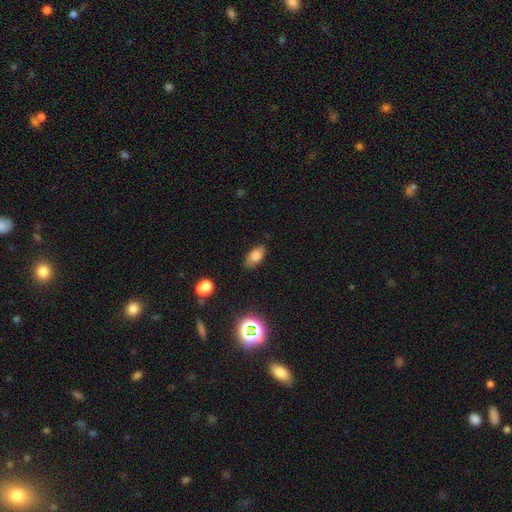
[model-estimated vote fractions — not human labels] Smooth or featured?
  - smooth: 77% *
  - featured or disk: 11%
  - star or artifact: 11%
How rounded?
  - in between: 89% *
  - round: 5%
  - cigar-shaped: 5%
Merging?
  - none: 79% *
  - minor disturbance: 16%
  - major disturbance: 3%
  - merger: 2%